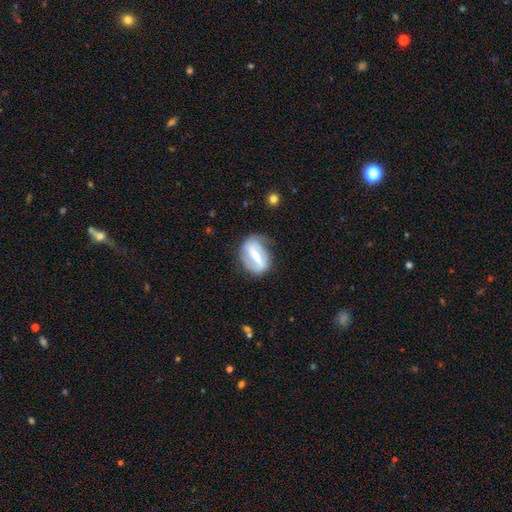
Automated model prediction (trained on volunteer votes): The model was most divided on "bulge size": small: 46%, moderate: 45%, none: 4%, large: 4%, dominant: 1%. More confident: edge-on disk — no (93%); smooth or featured — featured or disk (71%); bar — strong (69%); merging — none (68%); spiral arms — yes (67%).